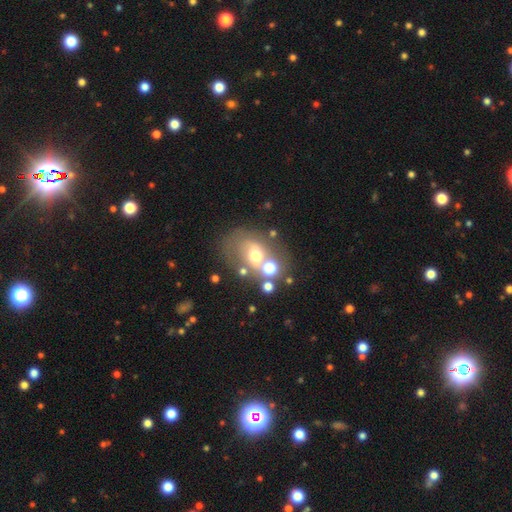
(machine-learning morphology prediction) Smooth or featured?
  - smooth: 46% *
  - featured or disk: 36%
  - star or artifact: 17%
Merging?
  - none: 51% *
  - merger: 20%
  - minor disturbance: 17%
  - major disturbance: 13%